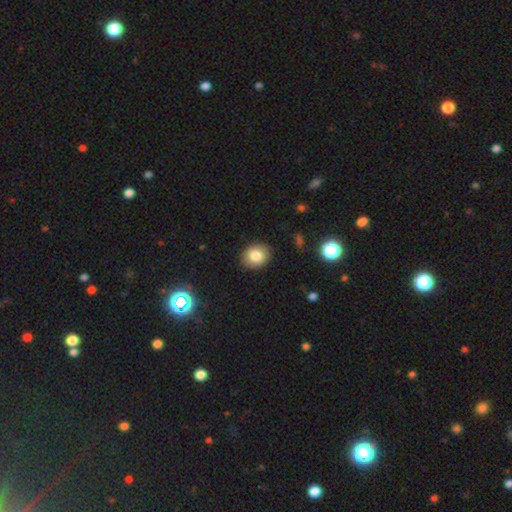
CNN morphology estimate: Smooth or featured? smooth (82%)
How rounded? round (59%)
Merging? none (88%)